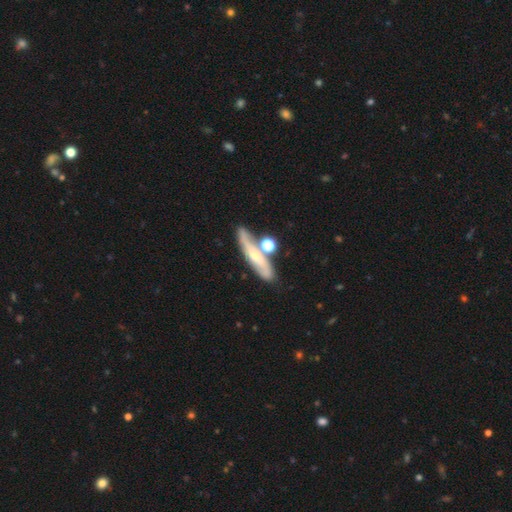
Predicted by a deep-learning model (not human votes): A featured or disk galaxy (54%).

Vote fractions:
- Smooth or featured? featured or disk: 54% / smooth: 37% / star or artifact: 10%
- Edge-on disk? no: 57% / yes: 43%
- Merging? none: 56% / merger: 20% / minor disturbance: 17% / major disturbance: 7%